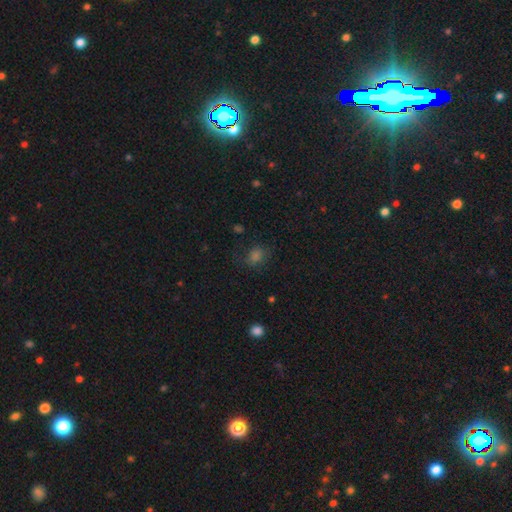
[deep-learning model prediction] Smooth or featured? Predicted: smooth (p=0.64). How rounded? Predicted: round (p=0.55). Merging? Predicted: none (p=0.71).